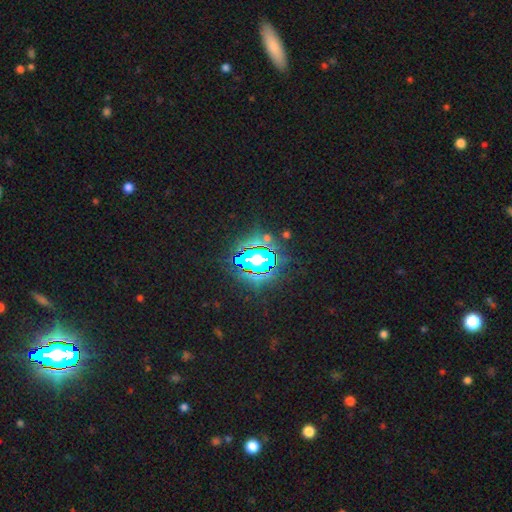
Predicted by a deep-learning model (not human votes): Morphology: type=star or artifact (83%).